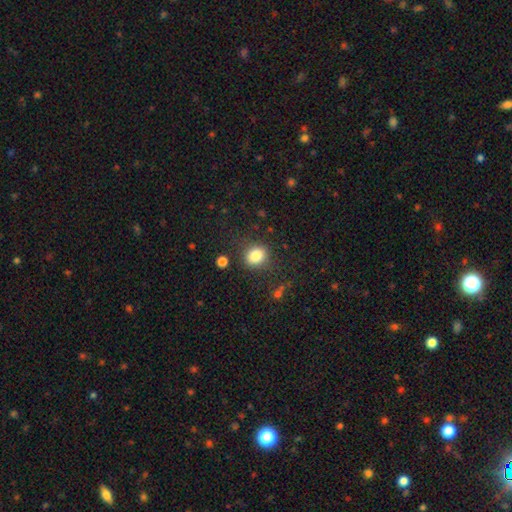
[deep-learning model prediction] This appears to be a smooth galaxy with no disk features (84%) that is round (62%). Merging: none (80%).